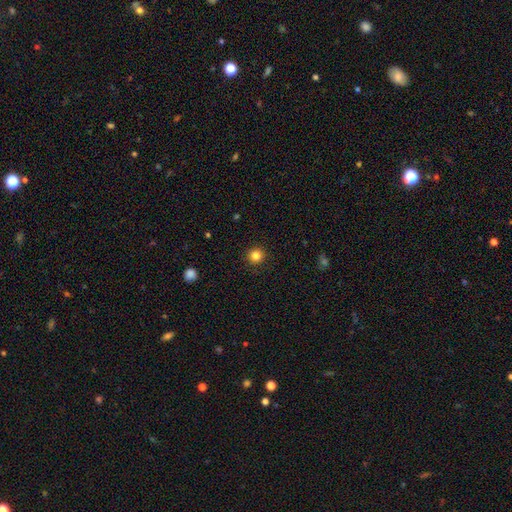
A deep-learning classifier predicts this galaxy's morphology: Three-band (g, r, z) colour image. It shows a smooth galaxy with no disk features (84%) that is round (95%). Merging: none (93%).